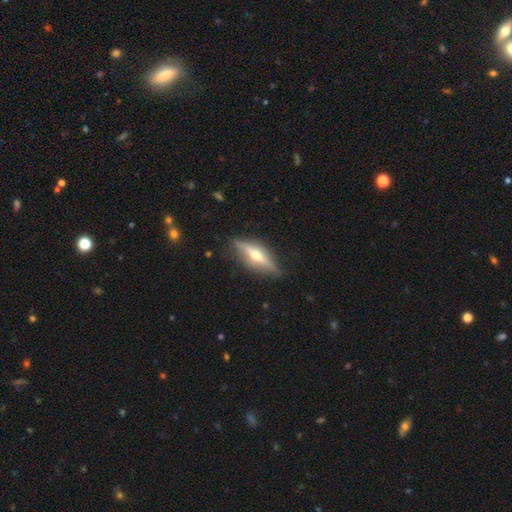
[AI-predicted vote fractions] smooth-or-featured: featured or disk: 69% | smooth: 25% | star or artifact: 6%
  disk-edge-on: yes: 92% | no: 8%
    edge-on-bulge: rounded: 93% | boxy: 4% | none: 3%
  merging: none: 82% | minor disturbance: 13% | major disturbance: 3% | merger: 1%